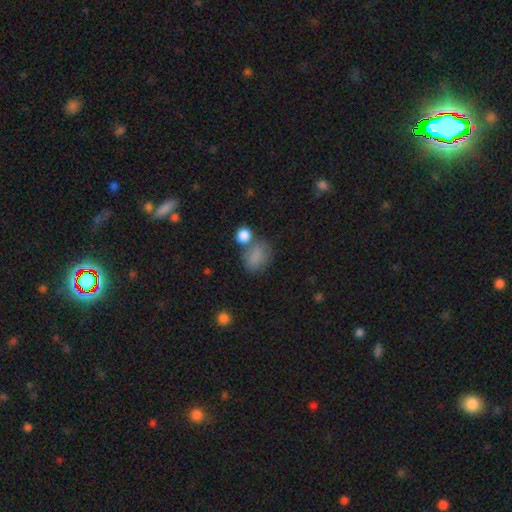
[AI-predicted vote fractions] A smooth galaxy with no disk features (81%) that is in between round and cigar-shaped (61%).

Vote fractions:
- Smooth or featured? smooth: 81% / star or artifact: 10% / featured or disk: 9%
- How rounded? in between: 61% / round: 37% / cigar-shaped: 1%
- Merging? none: 49% / merger: 22% / minor disturbance: 20% / major disturbance: 9%